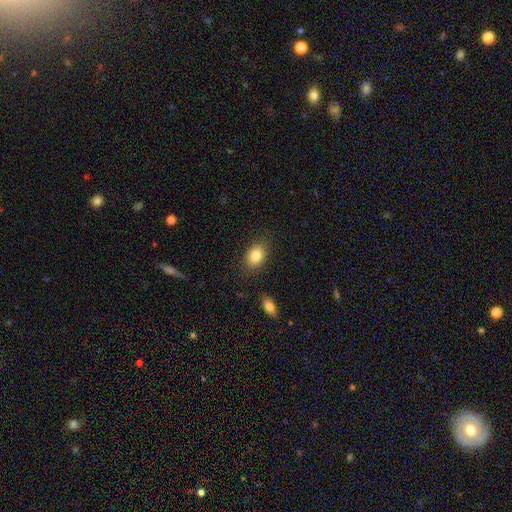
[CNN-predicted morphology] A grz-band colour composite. It shows a smooth galaxy with no disk features (85%) that is in between round and cigar-shaped (76%). Merging: none (84%).